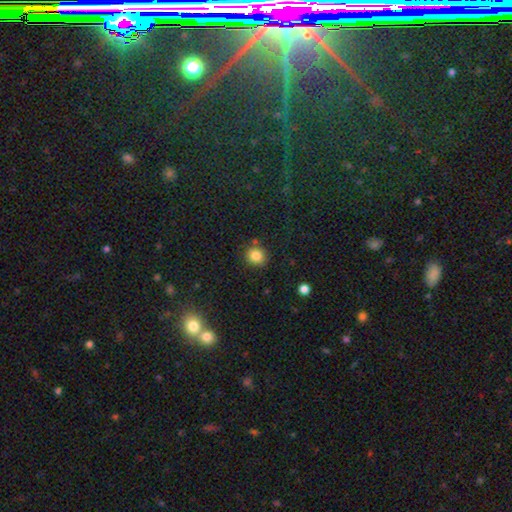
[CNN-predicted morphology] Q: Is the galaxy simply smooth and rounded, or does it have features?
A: smooth — 84%.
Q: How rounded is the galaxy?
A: round — 85%.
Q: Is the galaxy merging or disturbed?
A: none — 82%.